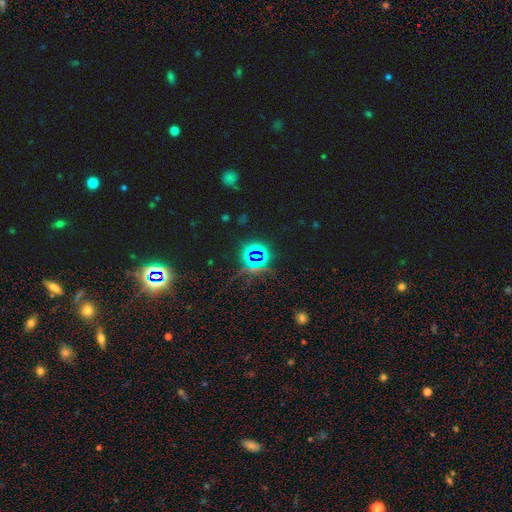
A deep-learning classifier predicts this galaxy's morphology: Smooth or featured?
  - star or artifact: 78% *
  - smooth: 13%
  - featured or disk: 9%